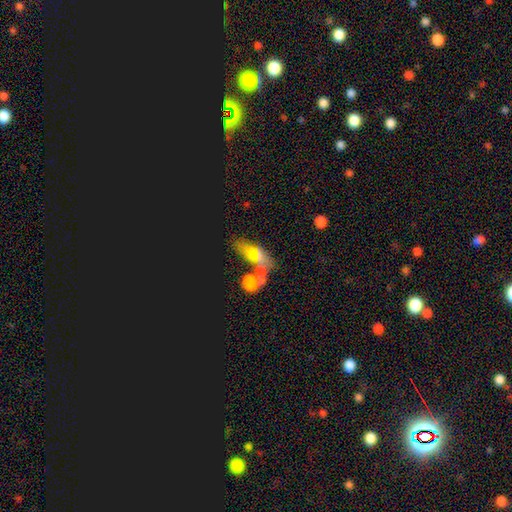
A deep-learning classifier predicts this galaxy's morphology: The model was most divided on "merging": none: 39%, merger: 34%, minor disturbance: 15%, major disturbance: 13%. More confident: how rounded — in between (63%); smooth or featured — smooth (53%).